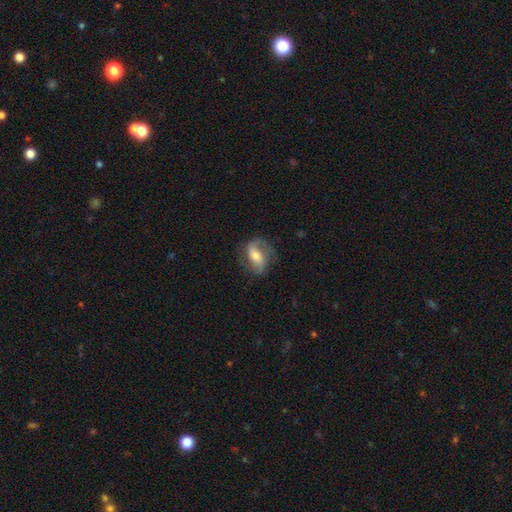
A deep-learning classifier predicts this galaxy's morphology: This appears to be a featured or disk galaxy (67%) with a weak bar (38%), 2 (73%) loose (43%) spiral arms (89%) and a moderate central bulge (61%). Merging: none (66%).